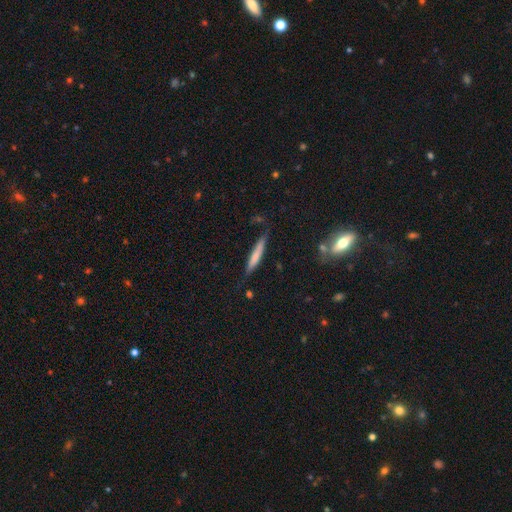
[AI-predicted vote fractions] Q: Smooth or featured?
A: smooth (66%); runner-up: featured or disk (28%)
Q: How rounded?
A: cigar-shaped (93%); runner-up: in between (6%)
Q: Merging?
A: none (78%); runner-up: minor disturbance (17%)